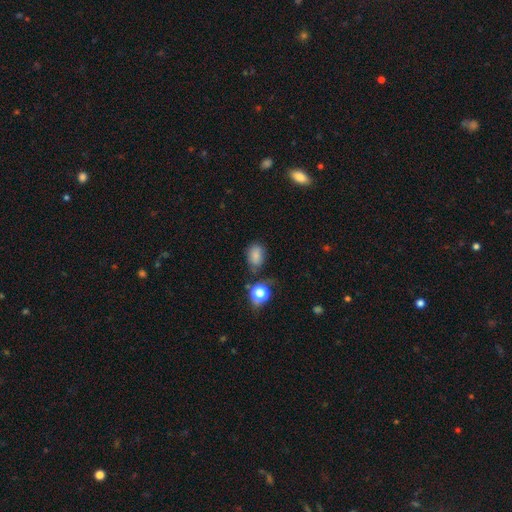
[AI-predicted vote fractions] This is likely a smooth galaxy (80%). How rounded: likely in between (73%). Merging: likely none (68%).